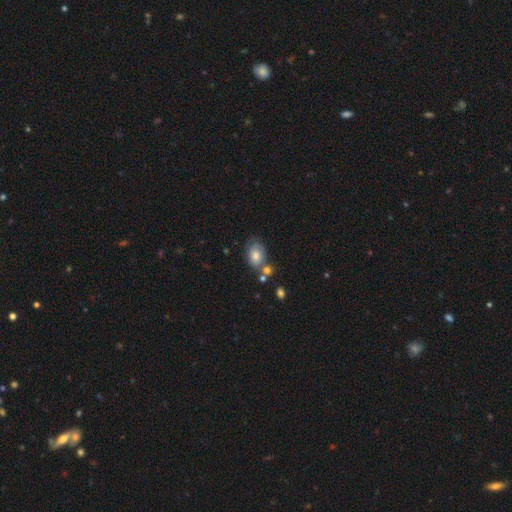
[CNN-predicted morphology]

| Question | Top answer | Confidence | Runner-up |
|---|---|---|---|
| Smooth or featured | smooth | 71% | featured or disk (20%) |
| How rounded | in between | 78% | round (20%) |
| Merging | none | 49% | minor disturbance (23%) |